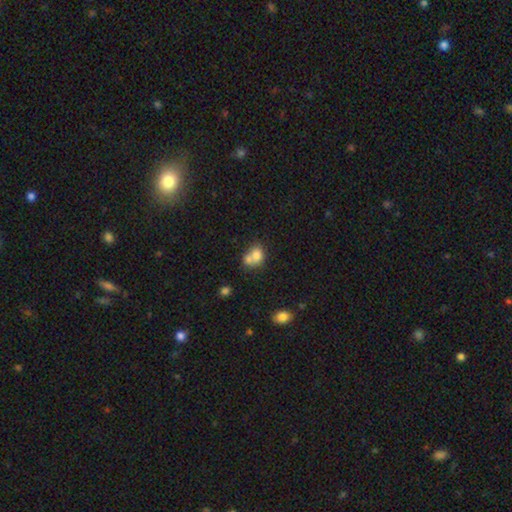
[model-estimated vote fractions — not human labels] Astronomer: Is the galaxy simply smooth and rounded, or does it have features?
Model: smooth — 74%.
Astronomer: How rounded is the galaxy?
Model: round — 54% (runner-up: in between, 45%).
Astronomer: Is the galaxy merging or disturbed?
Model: merger — 60%.